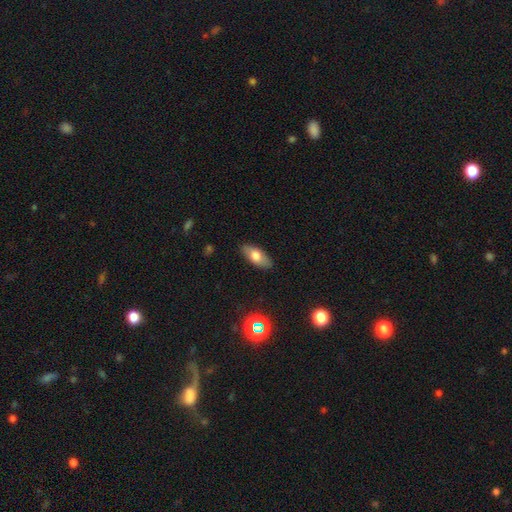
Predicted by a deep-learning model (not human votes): Smooth or featured? Predicted: smooth (p=0.68). How rounded? Predicted: in between (p=0.85). Merging? Predicted: none (p=0.86).